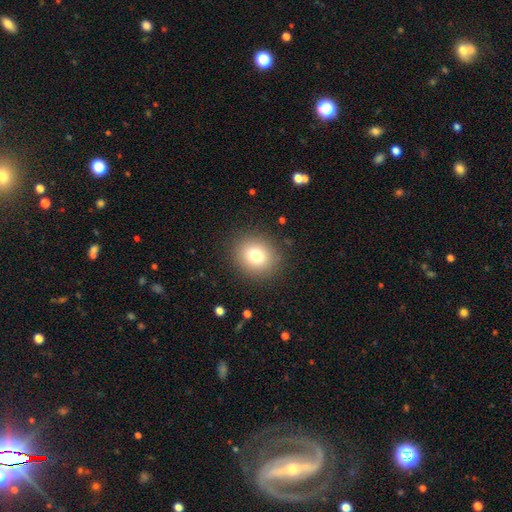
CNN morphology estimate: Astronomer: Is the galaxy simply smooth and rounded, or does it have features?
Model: smooth — 78%.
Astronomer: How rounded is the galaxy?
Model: round — 78%.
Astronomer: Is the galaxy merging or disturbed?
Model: none — 88%.